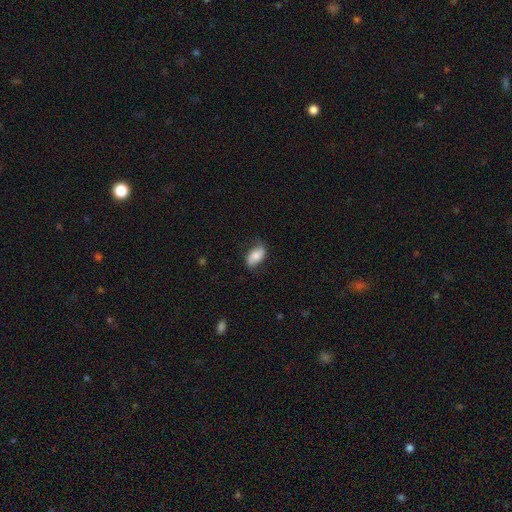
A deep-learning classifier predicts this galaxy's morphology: Smooth or featured?
  - smooth: 75% *
  - featured or disk: 19%
  - star or artifact: 7%
How rounded?
  - in between: 93% *
  - round: 4%
  - cigar-shaped: 3%
Merging?
  - none: 68% *
  - minor disturbance: 24%
  - major disturbance: 7%
  - merger: 1%